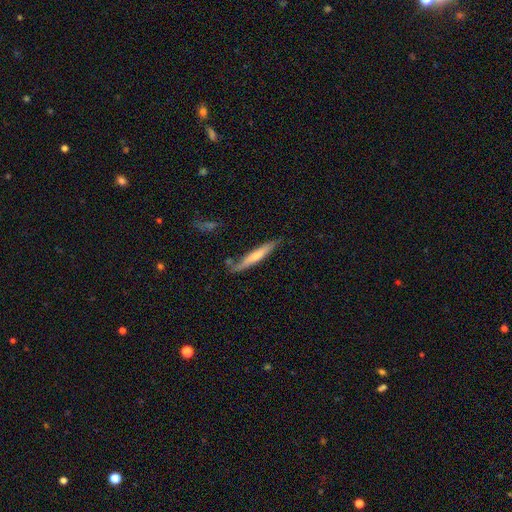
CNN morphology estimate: This appears to be a smooth galaxy with no disk features (49%). Merging: none (75%).